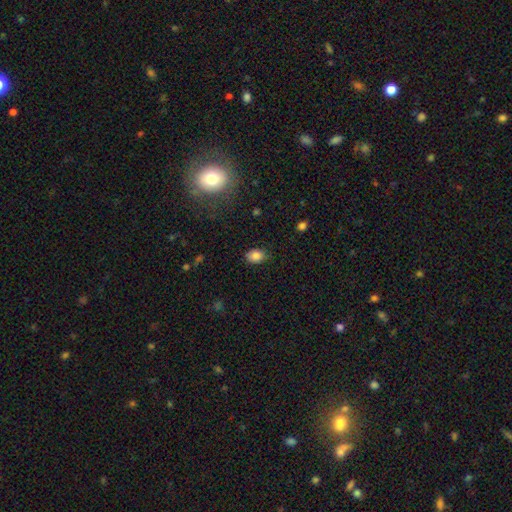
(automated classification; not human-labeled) Smooth or featured? smooth (85%)
How rounded? in between (74%)
Merging? none (80%)